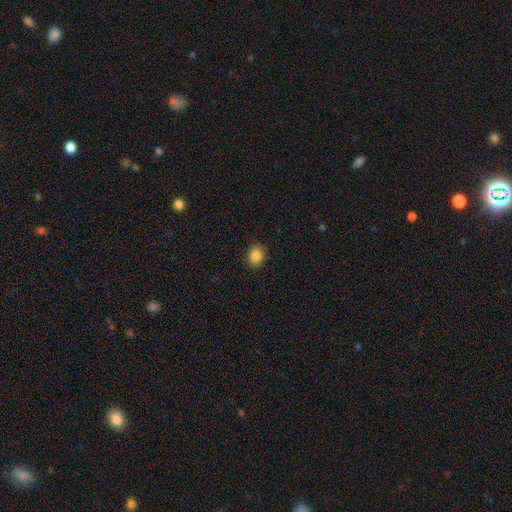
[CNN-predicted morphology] Smooth or featured?
  - smooth: 86% *
  - star or artifact: 10%
  - featured or disk: 4%
How rounded?
  - round: 61% *
  - in between: 38%
  - cigar-shaped: 1%
Merging?
  - none: 90% *
  - minor disturbance: 7%
  - major disturbance: 2%
  - merger: 1%